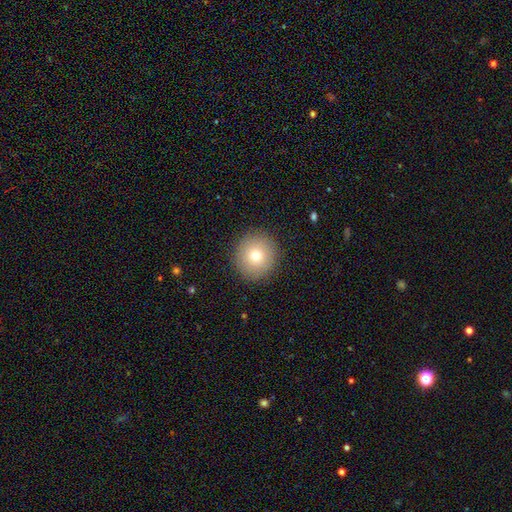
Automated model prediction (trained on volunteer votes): Q: Smooth or featured?
A: smooth (75%); runner-up: featured or disk (14%)
Q: How rounded?
A: round (94%); runner-up: in between (5%)
Q: Merging?
A: none (90%); runner-up: minor disturbance (6%)